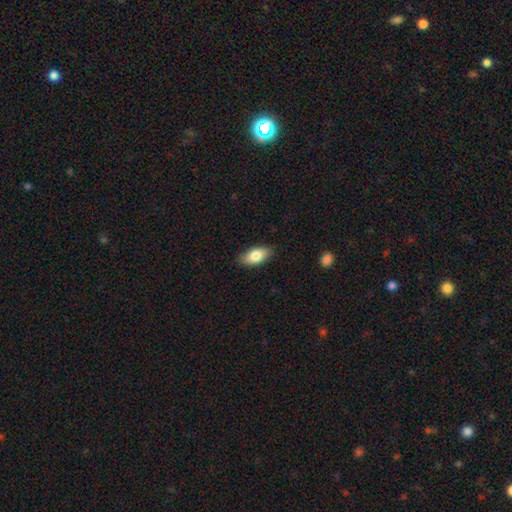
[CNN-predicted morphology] This is clearly a smooth galaxy (80%). How rounded: clearly in between (89%). Merging: clearly none (87%).